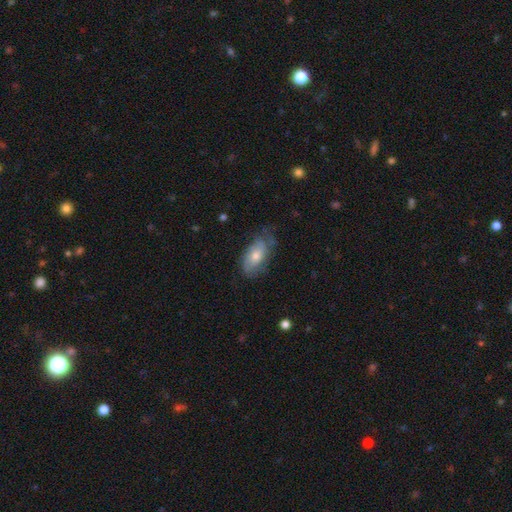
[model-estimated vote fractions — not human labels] Smooth or featured? Predicted: featured or disk (p=0.47). Merging? Predicted: none (p=0.64).